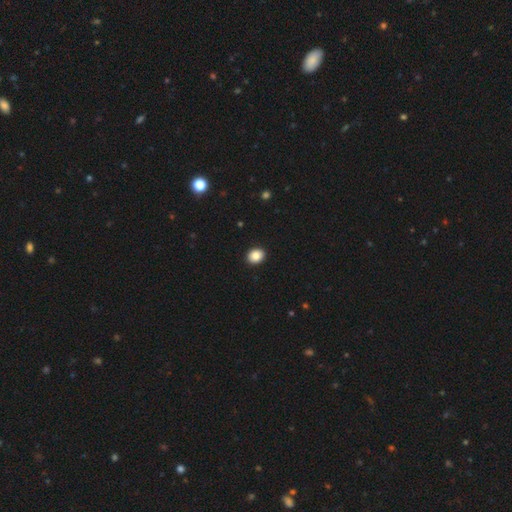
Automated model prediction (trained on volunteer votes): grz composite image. It shows a smooth galaxy with no disk features (87%) that is round (57%). Merging: none (93%).